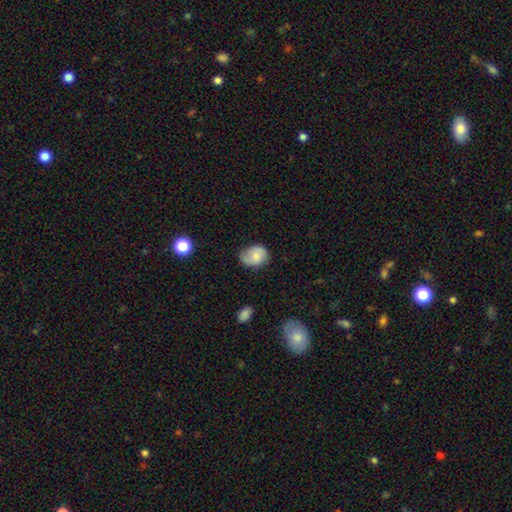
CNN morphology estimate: A smooth galaxy with no disk features (59%) that is in between round and cigar-shaped (54%).

Vote fractions:
- Smooth or featured? smooth: 59% / featured or disk: 33% / star or artifact: 8%
- How rounded? in between: 54% / round: 45% / cigar-shaped: 1%
- Merging? none: 65% / minor disturbance: 27% / major disturbance: 6% / merger: 2%